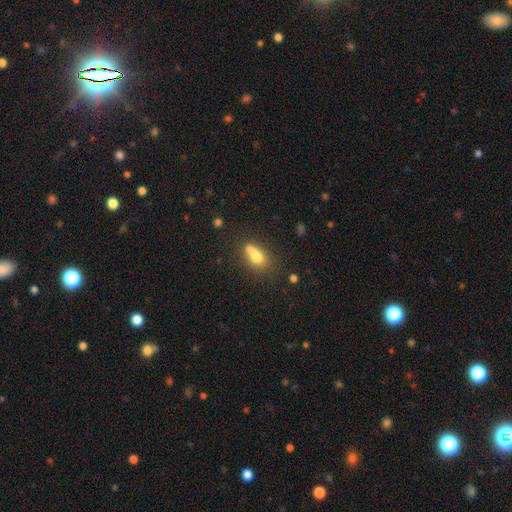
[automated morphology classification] A smooth galaxy with no disk features (70%) that is in between round and cigar-shaped (70%). Merging: none (41%).